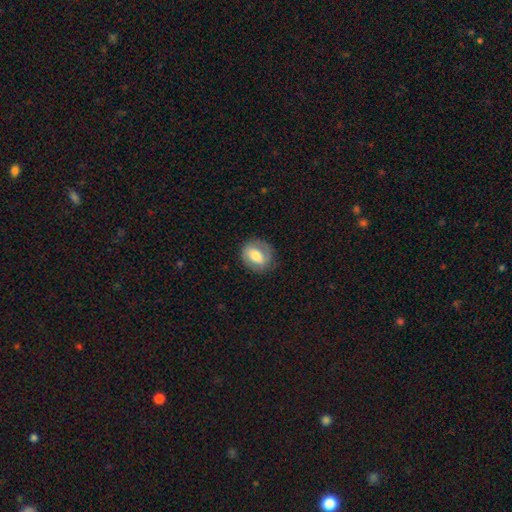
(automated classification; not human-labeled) Smooth or featured? Predicted: smooth (p=0.50). Merging? Predicted: none (p=0.78).